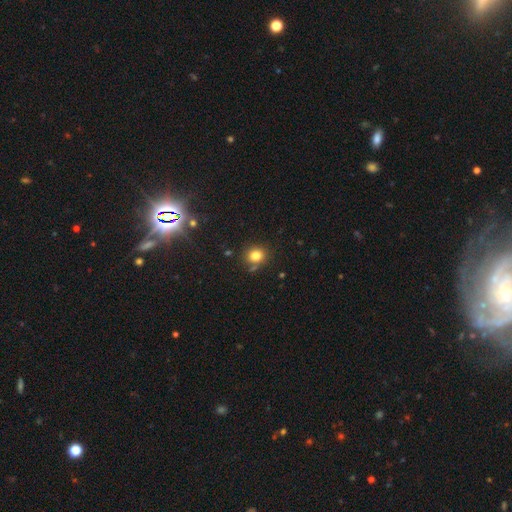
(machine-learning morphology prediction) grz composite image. It shows a smooth galaxy with no disk features (81%) that is round (79%). Merging: none (79%).